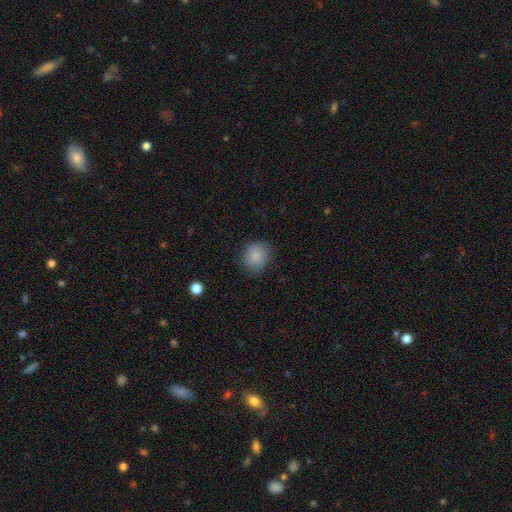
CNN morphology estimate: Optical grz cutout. It shows a smooth galaxy with no disk features (84%) that is round (73%). Merging: none (79%).